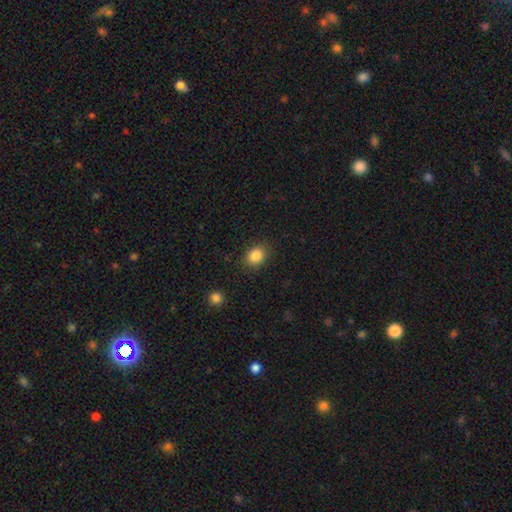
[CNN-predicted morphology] A smooth galaxy with no disk features (86%) that is in between round and cigar-shaped (53%).

Vote fractions:
- Smooth or featured? smooth: 86% / star or artifact: 10% / featured or disk: 4%
- How rounded? in between: 53% / round: 46% / cigar-shaped: 1%
- Merging? none: 85% / minor disturbance: 10% / major disturbance: 3% / merger: 1%